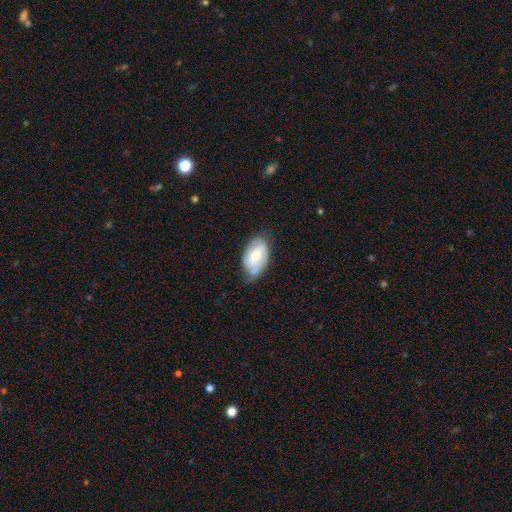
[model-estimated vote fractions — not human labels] Overall: smooth (49%; featured or disk 44%). Merging: none (50%; minor disturbance 38%).